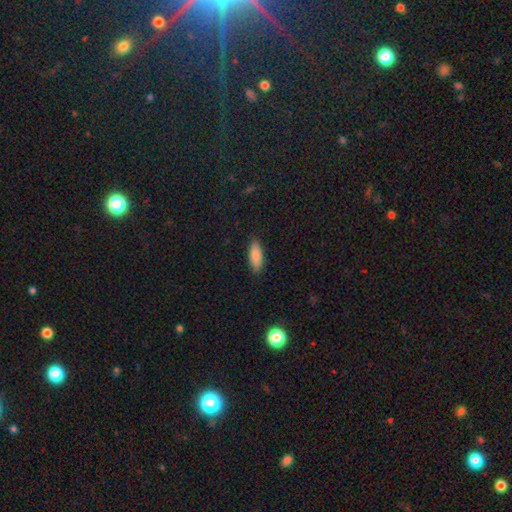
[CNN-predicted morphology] A smooth galaxy with no disk features (86%) that is in between round and cigar-shaped (72%).

Vote fractions:
- Smooth or featured? smooth: 86% / featured or disk: 8% / star or artifact: 6%
- How rounded? in between: 72% / cigar-shaped: 26% / round: 2%
- Merging? none: 88% / minor disturbance: 9% / major disturbance: 2% / merger: 1%